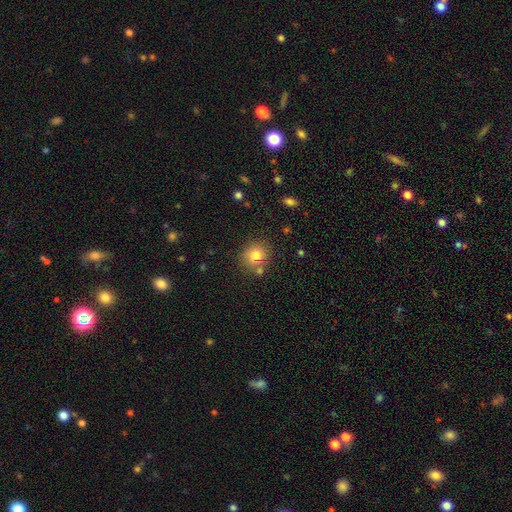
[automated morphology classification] smooth-or-featured: smooth: 78% | star or artifact: 12% | featured or disk: 10%
  how-rounded: round: 85% | in between: 14% | cigar-shaped: 1%
  merging: none: 73% | merger: 12% | minor disturbance: 12% | major disturbance: 4%